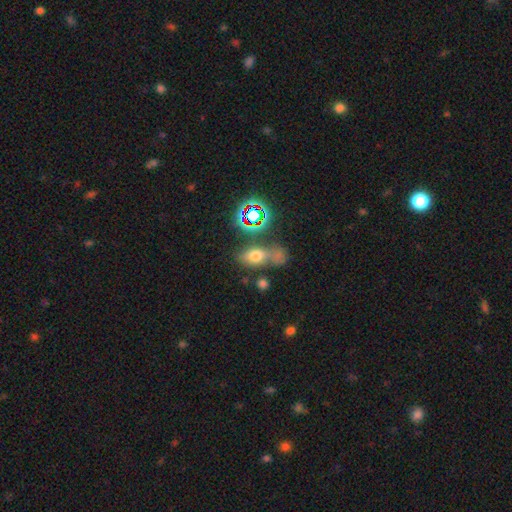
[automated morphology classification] A smooth galaxy with no disk features (59%) that is in between round and cigar-shaped (76%).

Vote fractions:
- Smooth or featured? smooth: 59% / star or artifact: 26% / featured or disk: 16%
- How rounded? in between: 76% / round: 18% / cigar-shaped: 7%
- Merging? none: 49% / merger: 25% / minor disturbance: 16% / major disturbance: 10%